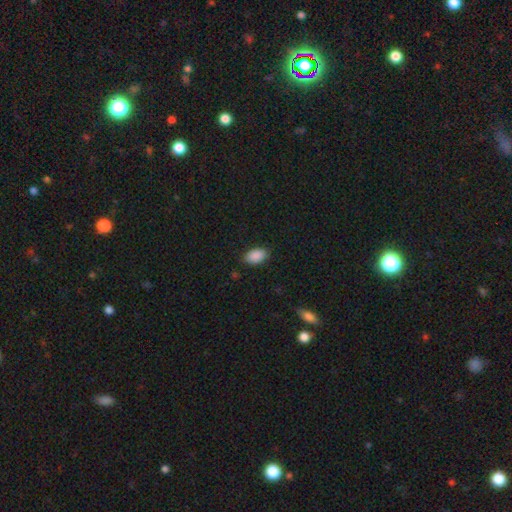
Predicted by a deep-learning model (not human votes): Morphology: type=smooth (90%); roundness=in between (92%); merging=none (86%).